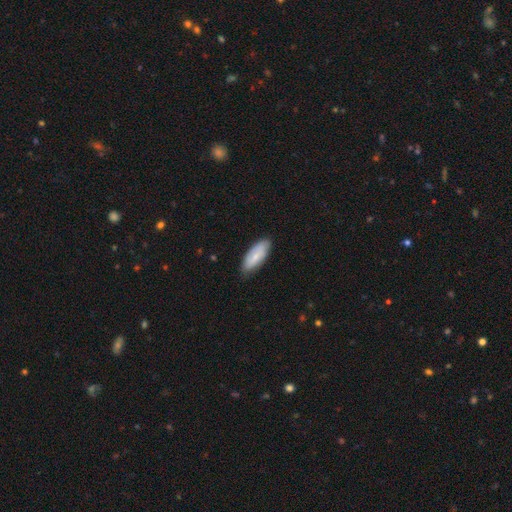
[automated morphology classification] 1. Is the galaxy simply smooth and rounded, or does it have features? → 71% smooth, 24% featured or disk, 6% star or artifact.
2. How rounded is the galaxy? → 82% in between, 17% cigar-shaped, 2% round.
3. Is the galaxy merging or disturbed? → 81% none, 16% minor disturbance, 2% major disturbance, 1% merger.